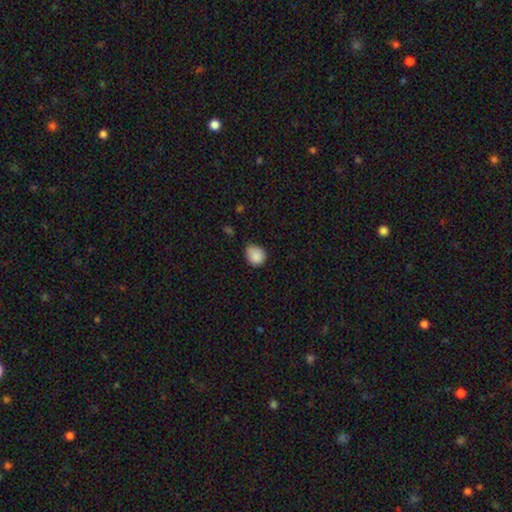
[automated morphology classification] Smooth or featured?
  - smooth: 87% *
  - star or artifact: 9%
  - featured or disk: 4%
How rounded?
  - round: 75% *
  - in between: 24%
  - cigar-shaped: 1%
Merging?
  - none: 53% *
  - minor disturbance: 39%
  - major disturbance: 6%
  - merger: 3%